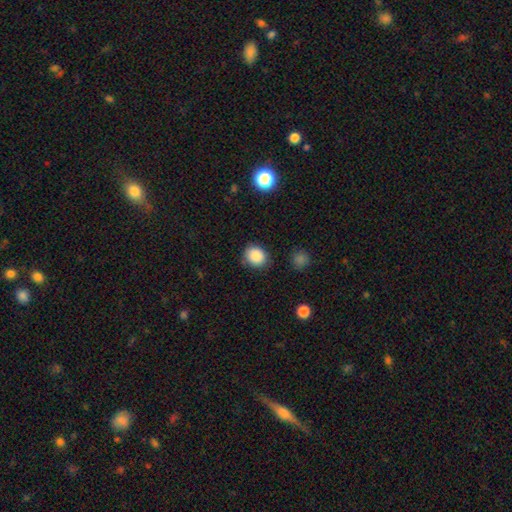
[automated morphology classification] Smooth or featured?
  - smooth: 87% *
  - star or artifact: 10%
  - featured or disk: 3%
How rounded?
  - round: 75% *
  - in between: 24%
  - cigar-shaped: 1%
Merging?
  - none: 83% *
  - minor disturbance: 12%
  - major disturbance: 3%
  - merger: 2%